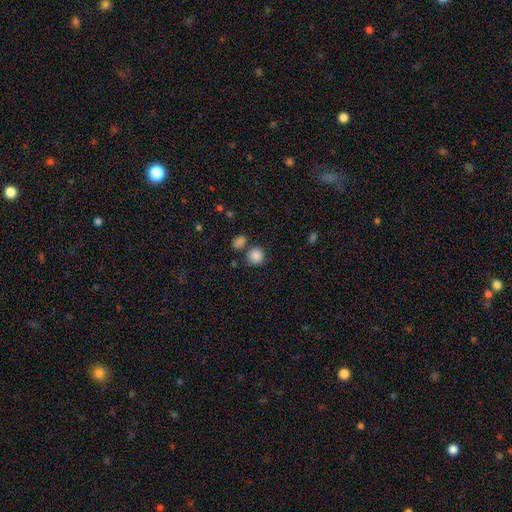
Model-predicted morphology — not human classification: A smooth galaxy with no disk features (86%) that is round (87%).

Vote fractions:
- Smooth or featured? smooth: 86% / star or artifact: 10% / featured or disk: 4%
- How rounded? round: 87% / in between: 12% / cigar-shaped: 1%
- Merging? none: 70% / merger: 15% / minor disturbance: 11% / major disturbance: 4%